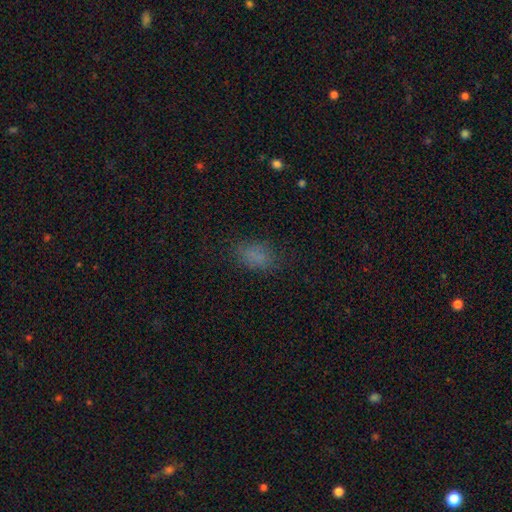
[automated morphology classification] smooth-or-featured: smooth: 77% | star or artifact: 14% | featured or disk: 8%
  how-rounded: in between: 86% | round: 11% | cigar-shaped: 3%
  merging: none: 74% | minor disturbance: 17% | major disturbance: 8% | merger: 1%